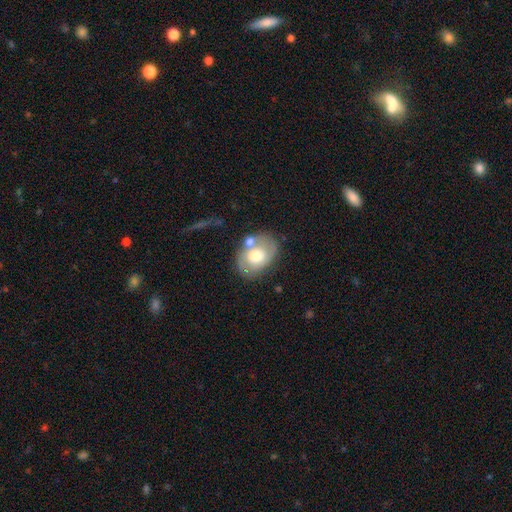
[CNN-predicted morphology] This appears to be a featured or disk galaxy (52%). Merging: none (53%).